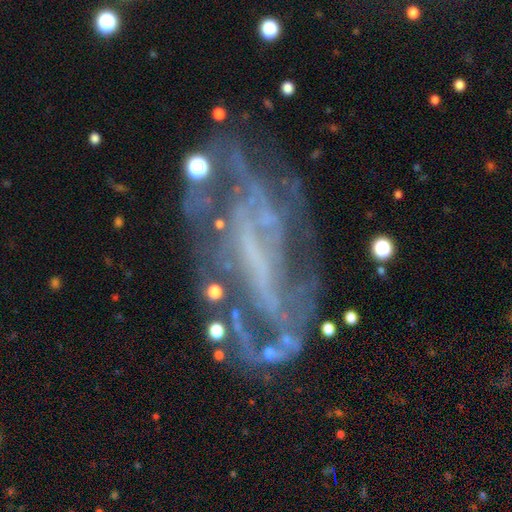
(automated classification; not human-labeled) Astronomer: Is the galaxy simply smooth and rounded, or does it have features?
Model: featured or disk — 77%.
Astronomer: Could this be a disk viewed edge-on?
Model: no — 90%.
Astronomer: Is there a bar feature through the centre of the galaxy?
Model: strong — 39% (runner-up: no, 31%).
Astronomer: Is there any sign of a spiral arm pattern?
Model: yes — 78%.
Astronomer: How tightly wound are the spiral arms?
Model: tight — 48% (runner-up: medium, 34%).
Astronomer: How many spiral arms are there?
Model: can't tell — 49%.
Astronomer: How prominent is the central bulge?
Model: none — 66%.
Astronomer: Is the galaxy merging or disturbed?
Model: none — 54%.